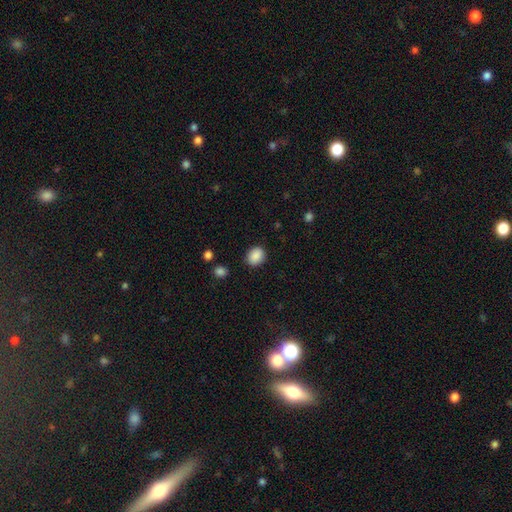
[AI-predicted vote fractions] smooth-or-featured: smooth: 89% | star or artifact: 8% | featured or disk: 3%
  how-rounded: round: 56% | in between: 43% | cigar-shaped: 1%
  merging: none: 86% | minor disturbance: 10% | major disturbance: 3% | merger: 1%